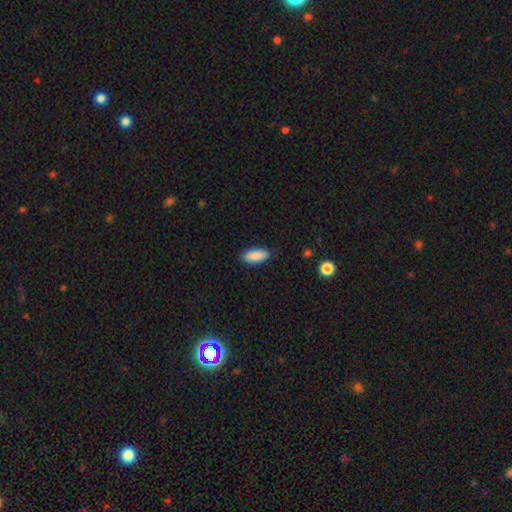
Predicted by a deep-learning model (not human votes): smooth-or-featured: smooth: 89% | star or artifact: 6% | featured or disk: 4%
  how-rounded: in between: 79% | cigar-shaped: 19% | round: 2%
  merging: none: 86% | minor disturbance: 11% | major disturbance: 2% | merger: 1%